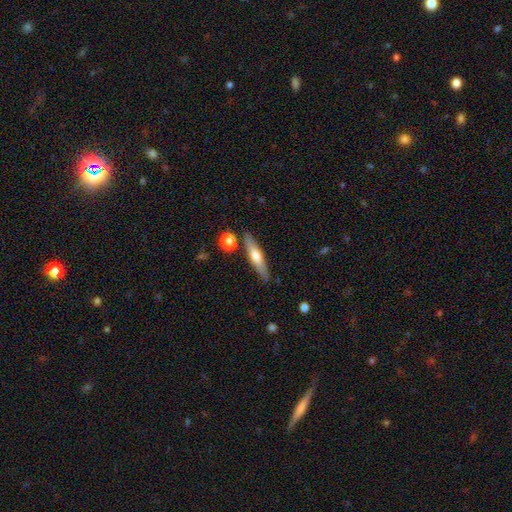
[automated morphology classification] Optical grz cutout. It shows a smooth galaxy with no disk features (49%). Merging: none (83%).